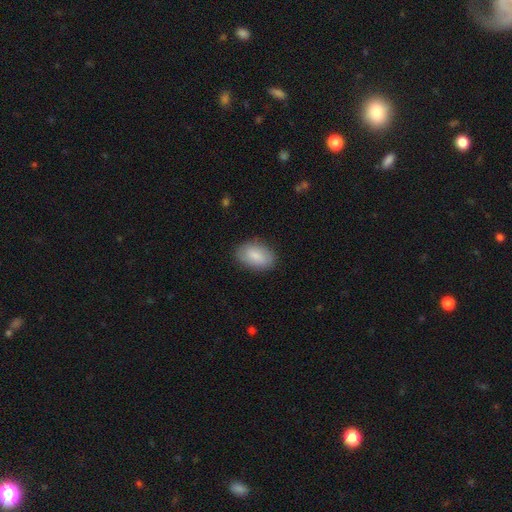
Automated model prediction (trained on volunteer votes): Morphology: type=smooth (85%); roundness=in between (91%); merging=none (83%).